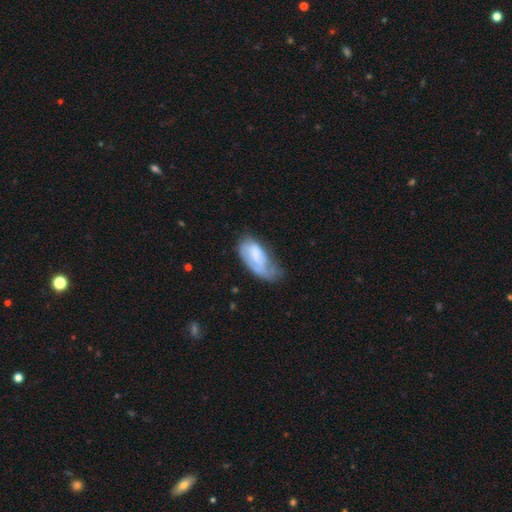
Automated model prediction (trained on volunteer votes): A smooth galaxy with no disk features (55%) that is in between round and cigar-shaped (90%). Merging: minor disturbance (39%).